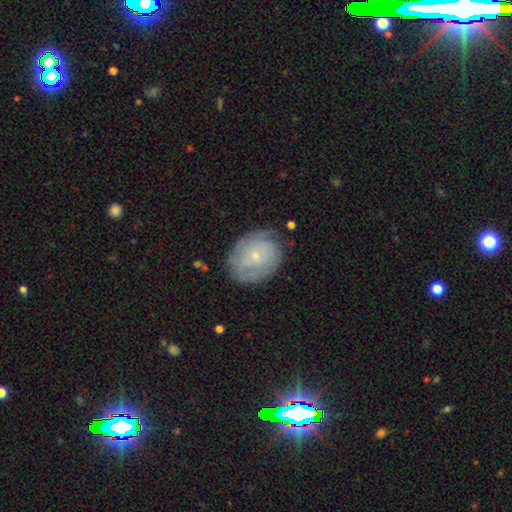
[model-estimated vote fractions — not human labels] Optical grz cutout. It shows a featured or disk galaxy (47%). Merging: none (67%).